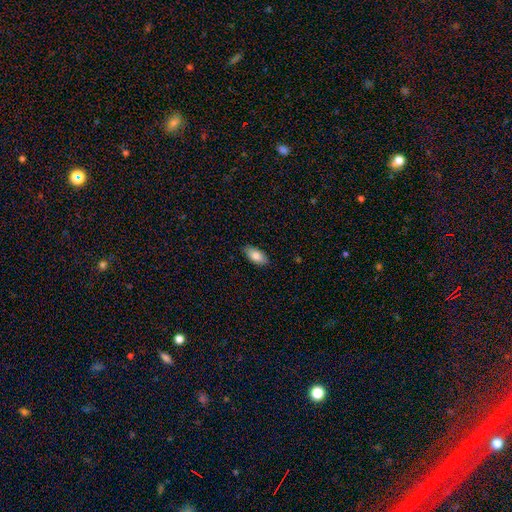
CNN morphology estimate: Smooth or featured? Predicted: smooth (p=0.83). How rounded? Predicted: in between (p=0.91). Merging? Predicted: none (p=0.86).